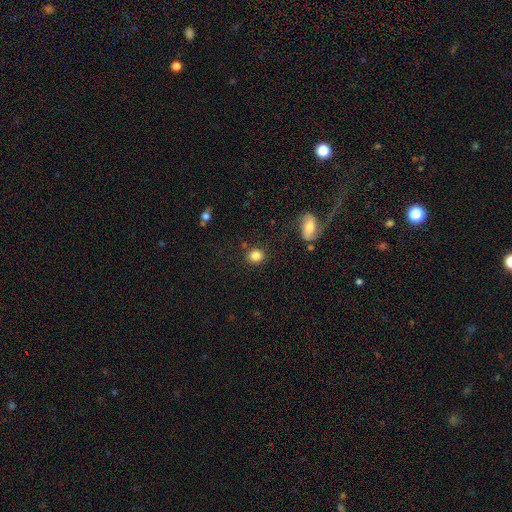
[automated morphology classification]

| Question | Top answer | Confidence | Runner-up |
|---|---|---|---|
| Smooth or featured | smooth | 85% | star or artifact (10%) |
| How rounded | round | 81% | in between (18%) |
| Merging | none | 84% | minor disturbance (9%) |